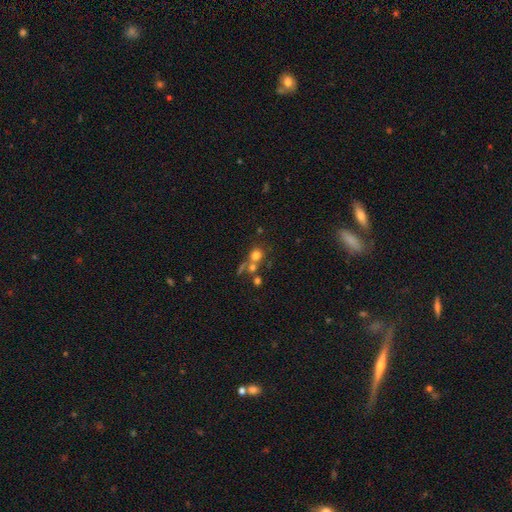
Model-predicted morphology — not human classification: This is likely a smooth galaxy (70%). How rounded: clearly round (83%). Merging: possibly none (47%).